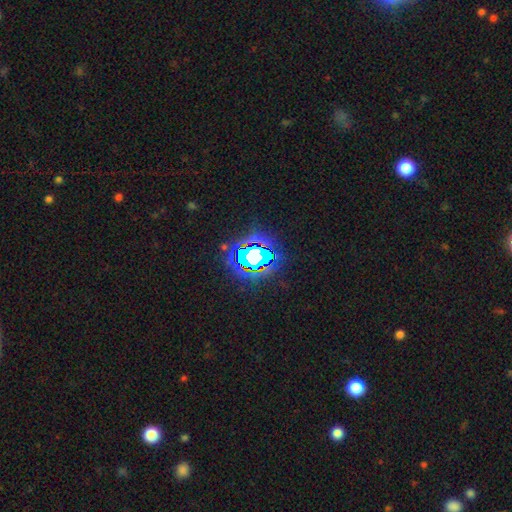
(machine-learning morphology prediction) smooth-or-featured: star or artifact: 67% | smooth: 17% | featured or disk: 16%